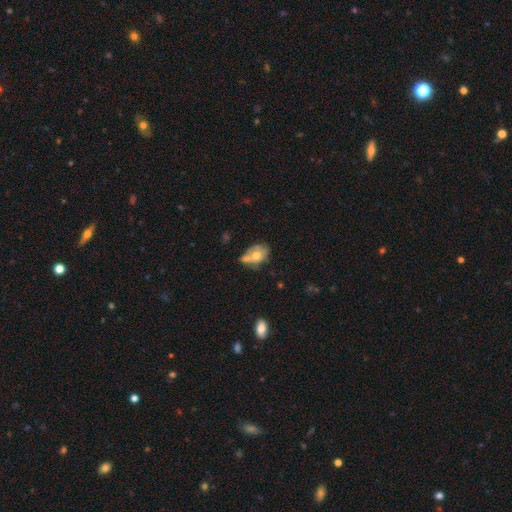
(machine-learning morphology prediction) A smooth galaxy with no disk features (57%) that is in between round and cigar-shaped (76%). Merging: none (33%).